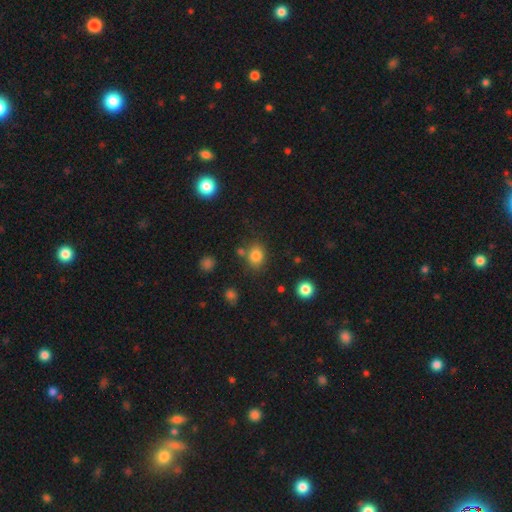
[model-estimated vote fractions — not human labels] Overall: smooth (81%). How rounded: round (56%; in between 43%). Merging: none (73%).